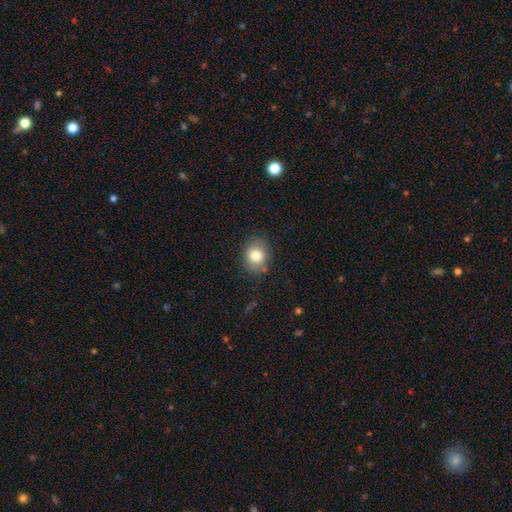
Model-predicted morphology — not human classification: This is likely a smooth galaxy (79%). How rounded: possibly round (58%). Merging: likely none (79%).